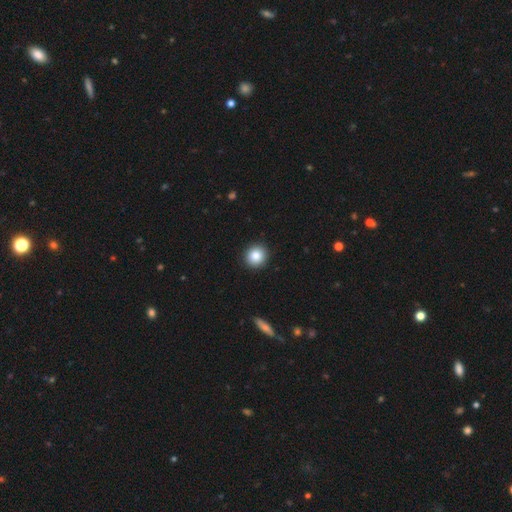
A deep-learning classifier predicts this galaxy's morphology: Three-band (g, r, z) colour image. It shows a smooth galaxy with no disk features (85%) that is round (90%). Merging: none (92%).